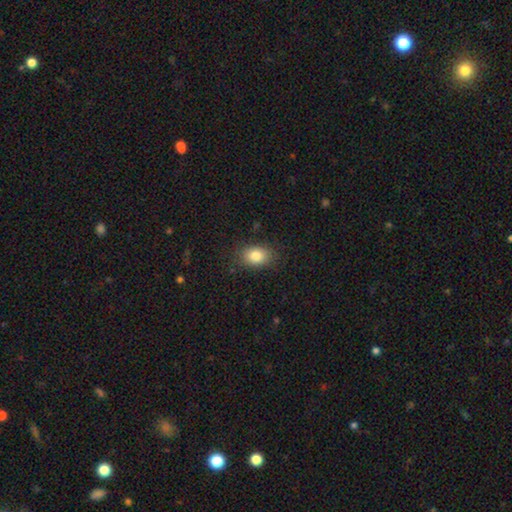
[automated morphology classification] This is clearly a smooth galaxy (84%). How rounded: likely in between (76%). Merging: clearly none (84%).